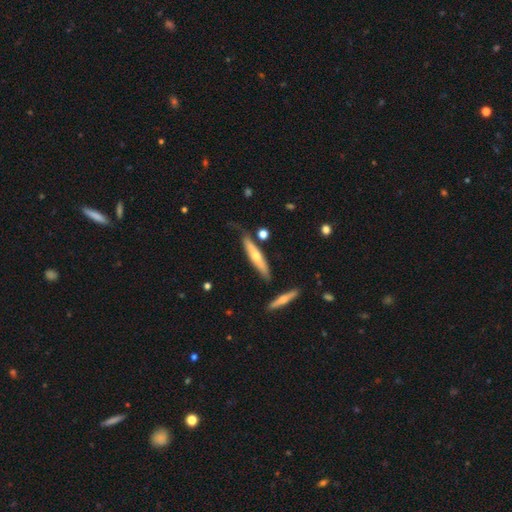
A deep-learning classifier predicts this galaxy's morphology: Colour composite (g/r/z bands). It shows a featured or disk galaxy (50%) viewed edge-on (89%). Merging: none (72%).